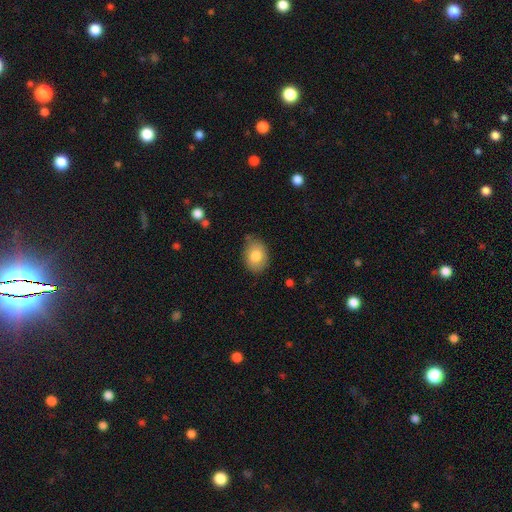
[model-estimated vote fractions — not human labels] smooth 81%, featured or disk 11%, star or artifact 7%. Down the decision tree: how rounded — in between (76%); merging — none (78%).